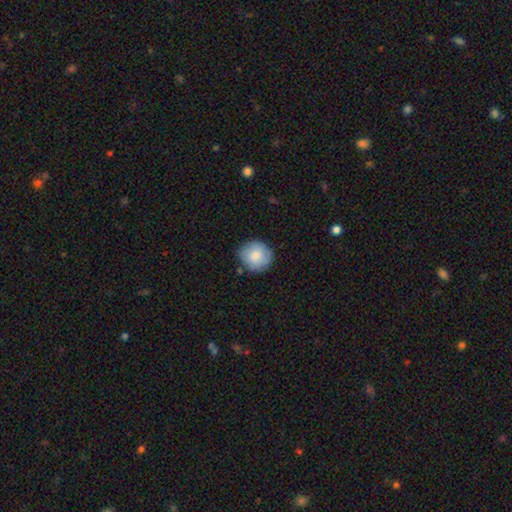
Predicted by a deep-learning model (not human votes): smooth 83%, featured or disk 10%, star or artifact 7%. Down the decision tree: how rounded — round (85%); merging — none (79%).